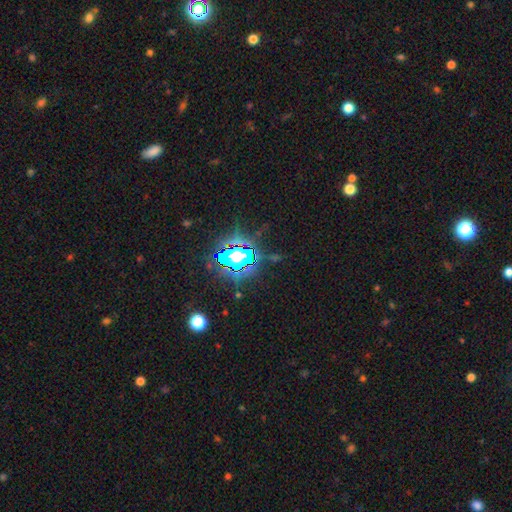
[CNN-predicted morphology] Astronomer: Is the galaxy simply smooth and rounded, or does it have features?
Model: star or artifact — 82%.